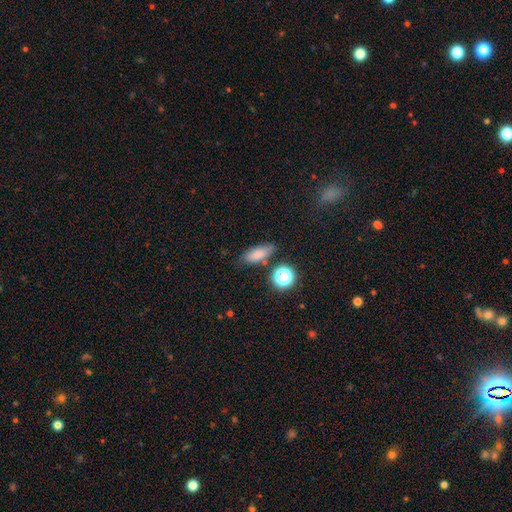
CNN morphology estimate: smooth_or_featured: smooth (p=0.76) [alt: star or artifact p=0.15]
how_rounded: in between (p=0.69) [alt: cigar-shaped p=0.21]
merging: none (p=0.76) [alt: minor disturbance p=0.15]